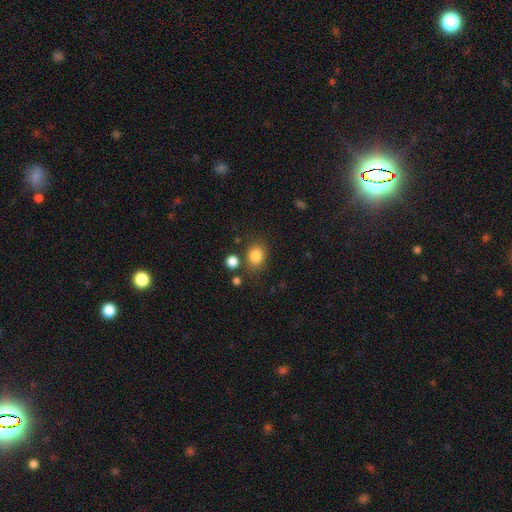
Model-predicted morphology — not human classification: Overall: smooth (84%). How rounded: round (56%; in between 43%). Merging: none (75%).